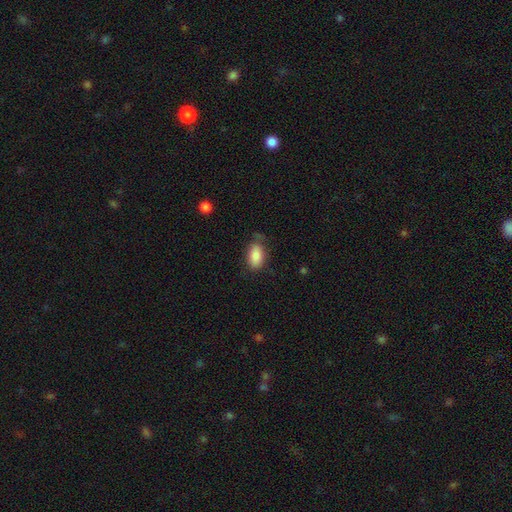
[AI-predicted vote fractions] This appears to be a smooth galaxy with no disk features (86%) that is in between round and cigar-shaped (92%). Merging: none (69%).